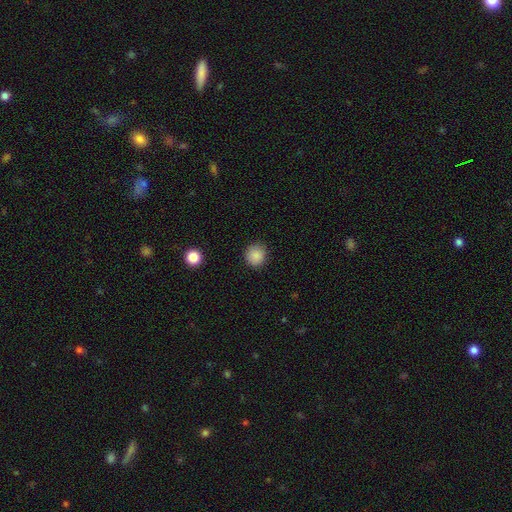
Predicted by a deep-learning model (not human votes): This appears to be a smooth galaxy with no disk features (87%) that is round (91%). Merging: none (88%).